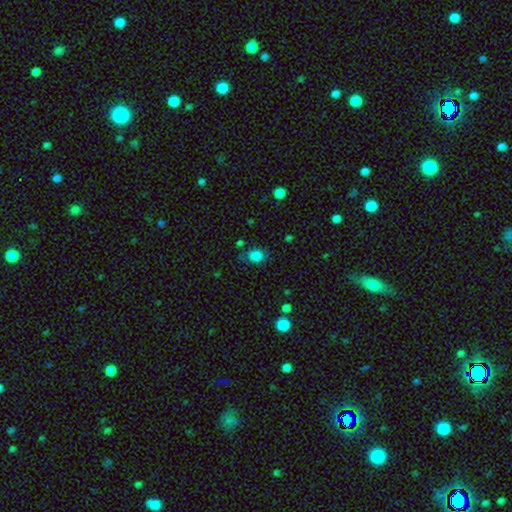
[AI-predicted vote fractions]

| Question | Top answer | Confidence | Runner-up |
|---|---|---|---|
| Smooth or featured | smooth | 83% | star or artifact (11%) |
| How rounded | in between | 57% | round (42%) |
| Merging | none | 73% | minor disturbance (19%) |